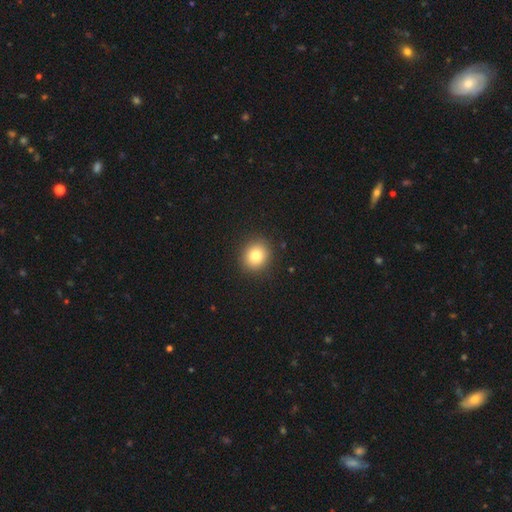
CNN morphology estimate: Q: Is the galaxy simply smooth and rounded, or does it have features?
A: smooth — 82%.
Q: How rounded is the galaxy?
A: round — 81%.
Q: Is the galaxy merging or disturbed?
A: none — 91%.